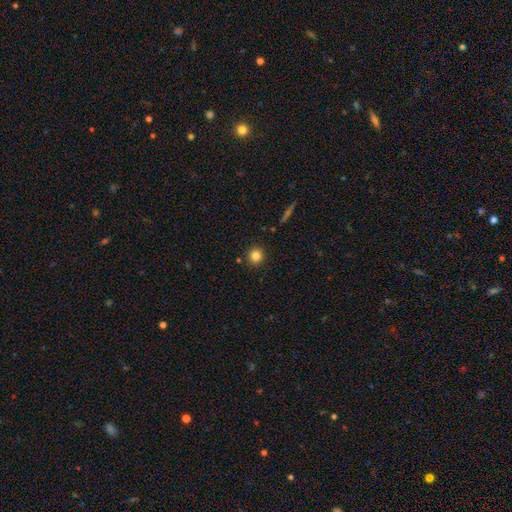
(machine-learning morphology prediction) The model was most divided on "smooth or featured": smooth: 82%, star or artifact: 12%, featured or disk: 7%. More confident: how rounded — round (92%); merging — none (89%).